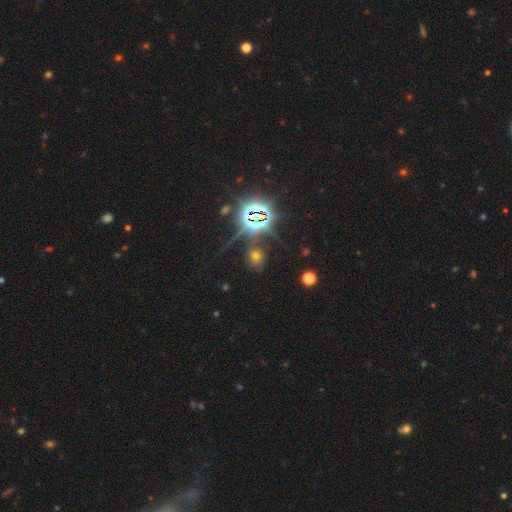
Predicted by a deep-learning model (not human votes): This is possibly a star or artifact rather than a galaxy (51%).